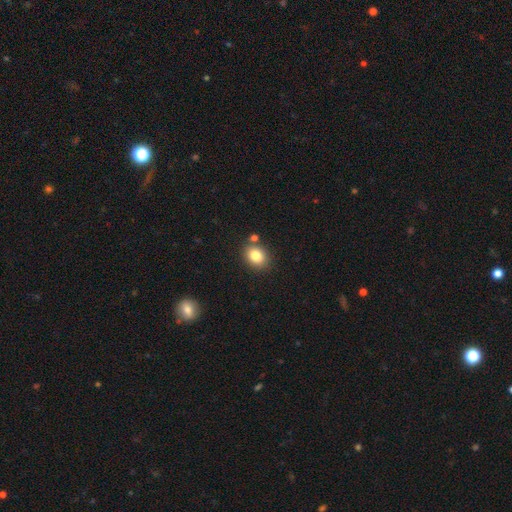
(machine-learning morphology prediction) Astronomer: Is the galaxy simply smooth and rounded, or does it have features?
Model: smooth — 83%.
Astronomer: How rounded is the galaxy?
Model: in between — 54% (runner-up: round, 45%).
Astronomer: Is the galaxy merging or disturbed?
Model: none — 78%.